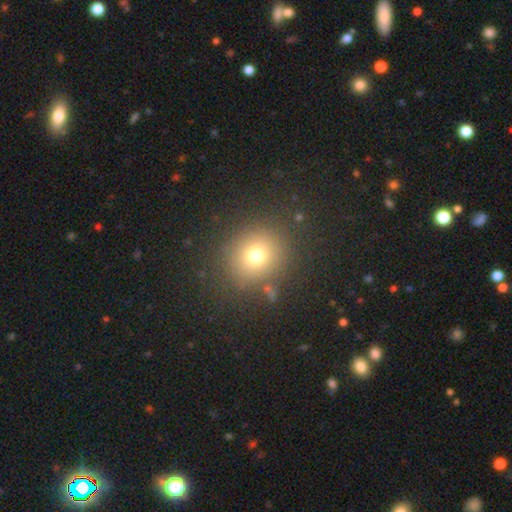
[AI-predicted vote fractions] Morphology: type=smooth (72%); roundness=round (82%); merging=none (85%).